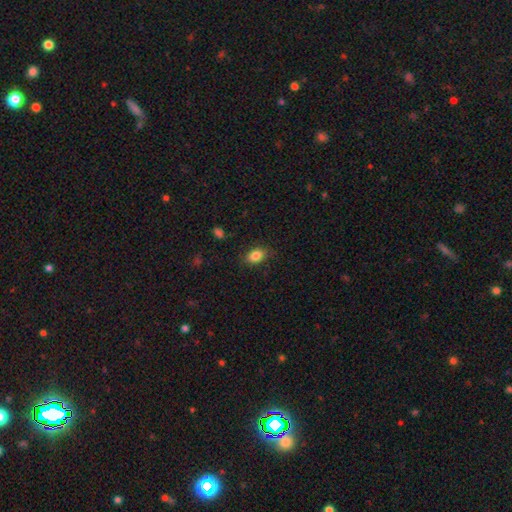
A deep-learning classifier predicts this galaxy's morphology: The model was most divided on "how rounded": in between: 79%, round: 19%, cigar-shaped: 2%. More confident: smooth or featured — smooth (85%); merging — none (83%).